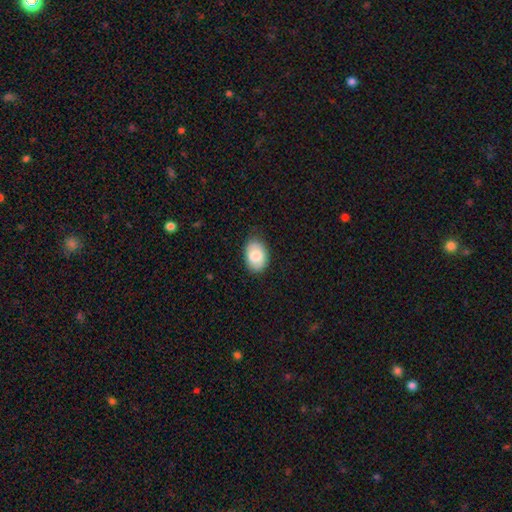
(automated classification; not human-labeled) smooth 79%, featured or disk 15%, star or artifact 7%. Down the decision tree: how rounded — in between (85%); merging — none (82%).